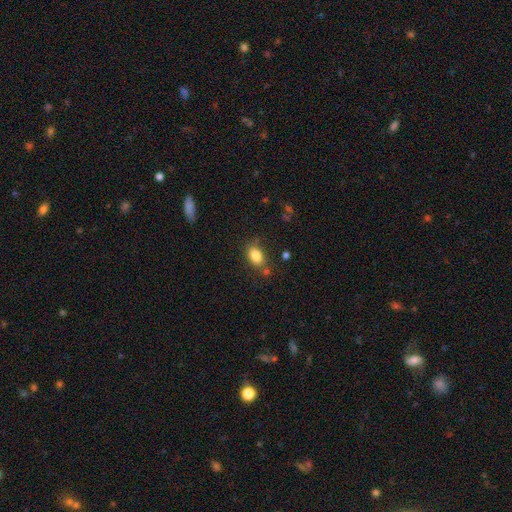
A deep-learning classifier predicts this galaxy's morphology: Q: Smooth or featured?
A: smooth (84%); runner-up: star or artifact (9%)
Q: How rounded?
A: in between (82%); runner-up: round (16%)
Q: Merging?
A: none (72%); runner-up: minor disturbance (16%)